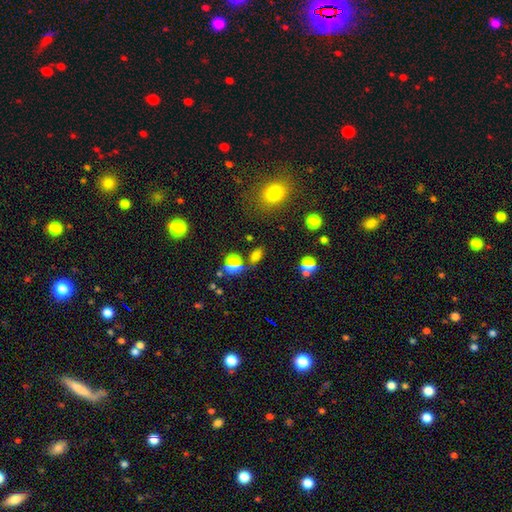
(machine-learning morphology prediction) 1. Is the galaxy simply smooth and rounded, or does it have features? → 65% smooth, 25% star or artifact, 10% featured or disk.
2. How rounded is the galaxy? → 81% in between, 16% round, 4% cigar-shaped.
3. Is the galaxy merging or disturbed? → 71% none, 13% minor disturbance, 11% merger, 6% major disturbance.